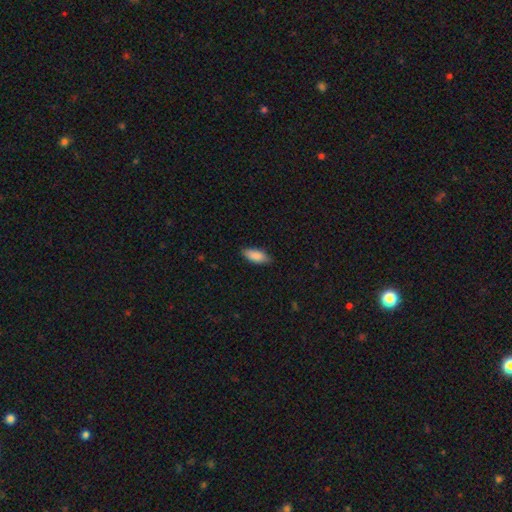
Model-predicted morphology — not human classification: smooth_or_featured: smooth (p=0.88) [alt: star or artifact p=0.06]
how_rounded: in between (p=0.82) [alt: cigar-shaped p=0.17]
merging: none (p=0.84) [alt: minor disturbance p=0.13]